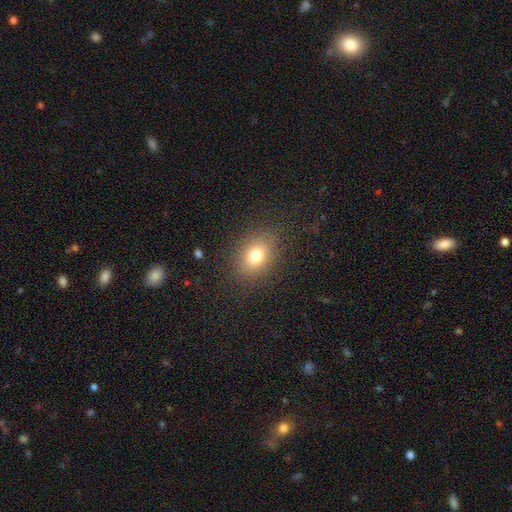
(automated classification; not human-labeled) A smooth galaxy with no disk features (76%) that is in between round and cigar-shaped (68%).

Vote fractions:
- Smooth or featured? smooth: 76% / star or artifact: 13% / featured or disk: 11%
- How rounded? in between: 68% / round: 30% / cigar-shaped: 2%
- Merging? none: 84% / minor disturbance: 10% / major disturbance: 5% / merger: 1%